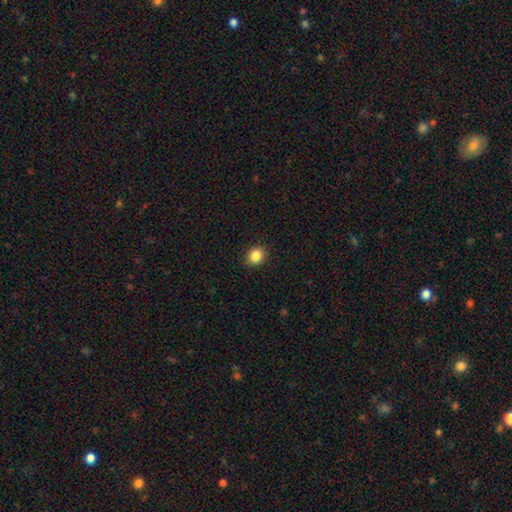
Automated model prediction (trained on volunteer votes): Smooth or featured? smooth (86%)
How rounded? round (69%)
Merging? none (90%)